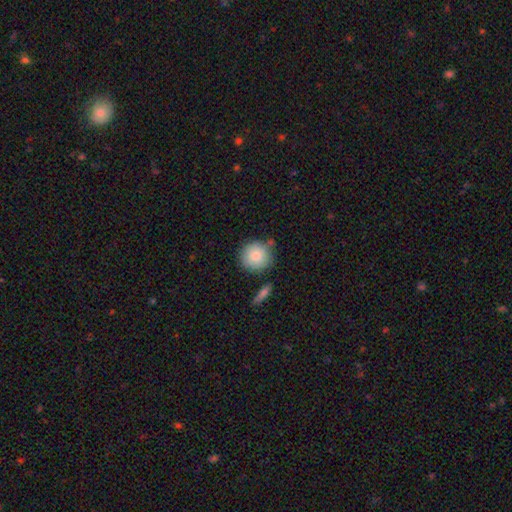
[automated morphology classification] This is clearly a smooth galaxy (84%). How rounded: clearly round (91%). Merging: likely none (75%).